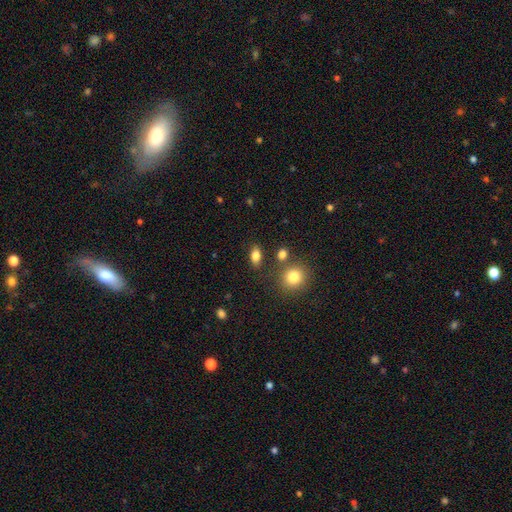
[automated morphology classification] Smooth or featured? smooth (82%)
How rounded? in between (81%)
Merging? none (80%)